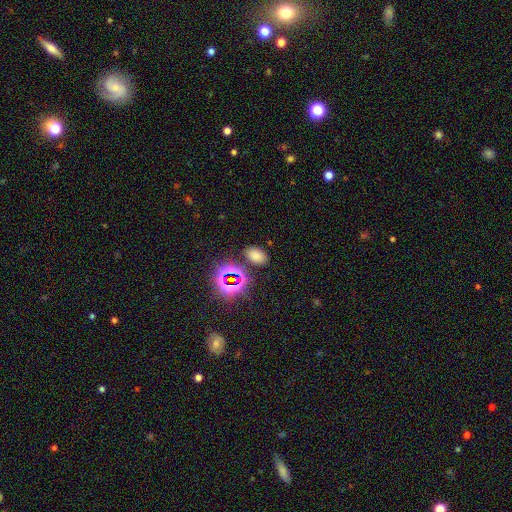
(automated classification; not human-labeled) Q: Smooth or featured?
A: smooth (69%); runner-up: star or artifact (25%)
Q: How rounded?
A: in between (85%); runner-up: round (13%)
Q: Merging?
A: none (82%); runner-up: minor disturbance (10%)